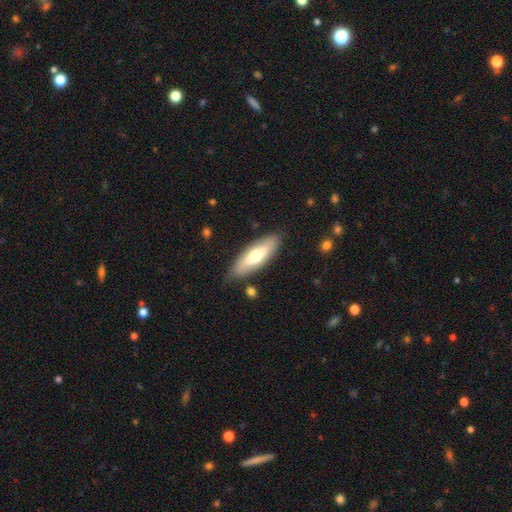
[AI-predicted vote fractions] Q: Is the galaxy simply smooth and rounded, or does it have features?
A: smooth — 62%.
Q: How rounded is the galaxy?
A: in between — 59%.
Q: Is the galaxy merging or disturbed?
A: none — 82%.